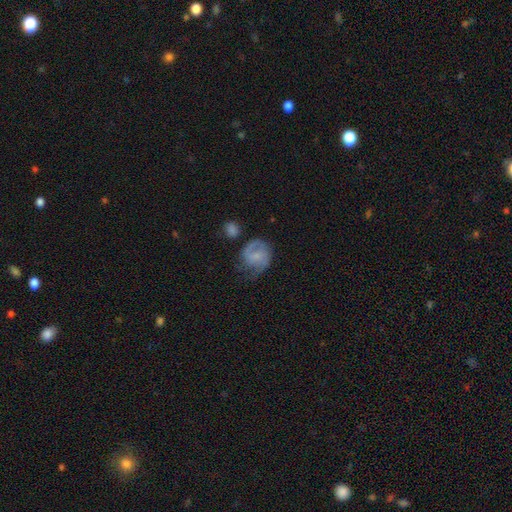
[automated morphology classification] A featured or disk galaxy (59%) with no bar (53%), 2 (66%) medium (46%) spiral arms (88%) and a small central bulge (37%, tied with none). Merging: none (51%).